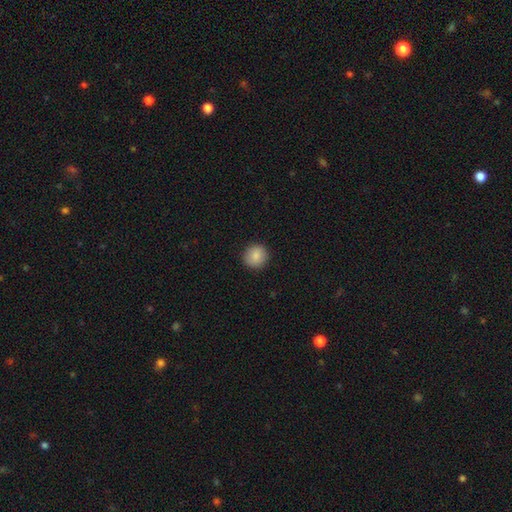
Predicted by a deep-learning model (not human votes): Smooth or featured?
  - smooth: 87% *
  - star or artifact: 8%
  - featured or disk: 5%
How rounded?
  - round: 93% *
  - in between: 6%
  - cigar-shaped: 1%
Merging?
  - none: 91% *
  - minor disturbance: 6%
  - major disturbance: 2%
  - merger: 1%